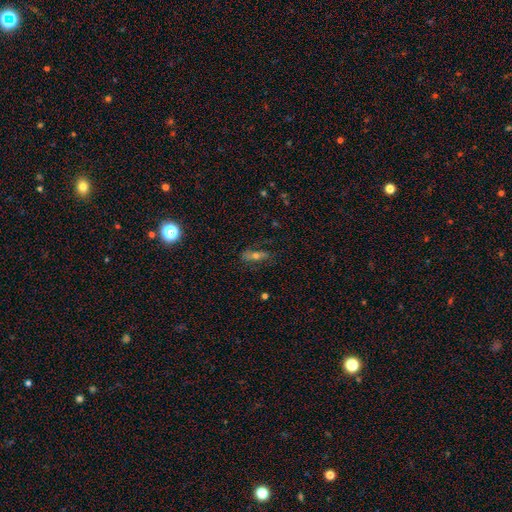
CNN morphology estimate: Smooth or featured?
  - featured or disk: 44% *
  - smooth: 40%
  - star or artifact: 16%
Merging?
  - none: 76% *
  - minor disturbance: 16%
  - major disturbance: 6%
  - merger: 2%